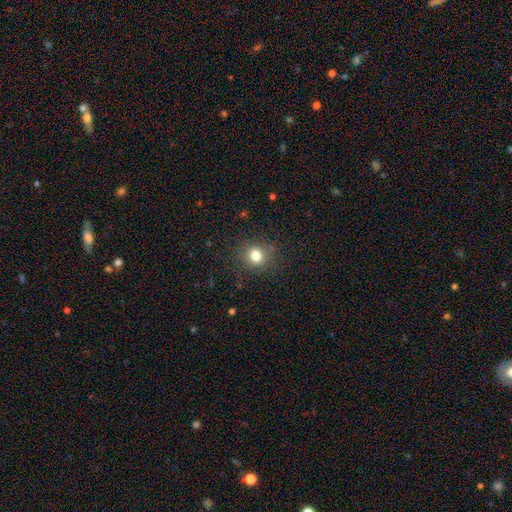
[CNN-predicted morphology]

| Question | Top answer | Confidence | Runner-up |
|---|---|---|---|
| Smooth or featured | smooth | 79% | star or artifact (14%) |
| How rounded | round | 80% | in between (19%) |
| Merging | none | 85% | minor disturbance (10%) |